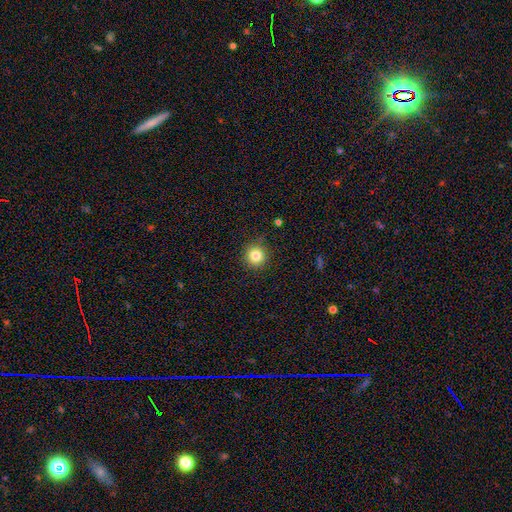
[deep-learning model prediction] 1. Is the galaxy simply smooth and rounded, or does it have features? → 83% smooth, 11% star or artifact, 6% featured or disk.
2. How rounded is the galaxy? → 93% round, 6% in between, 1% cigar-shaped.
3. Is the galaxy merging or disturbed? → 88% none, 9% minor disturbance, 2% major disturbance, 1% merger.